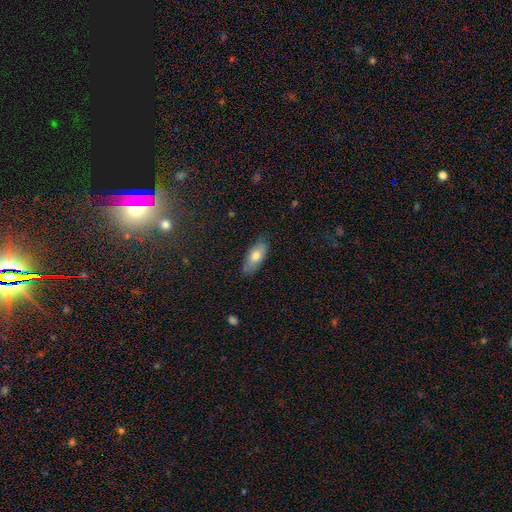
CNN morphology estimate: smooth-or-featured: smooth: 73% | featured or disk: 20% | star or artifact: 7%
  how-rounded: in between: 83% | cigar-shaped: 15% | round: 3%
  merging: none: 81% | minor disturbance: 15% | major disturbance: 3% | merger: 1%